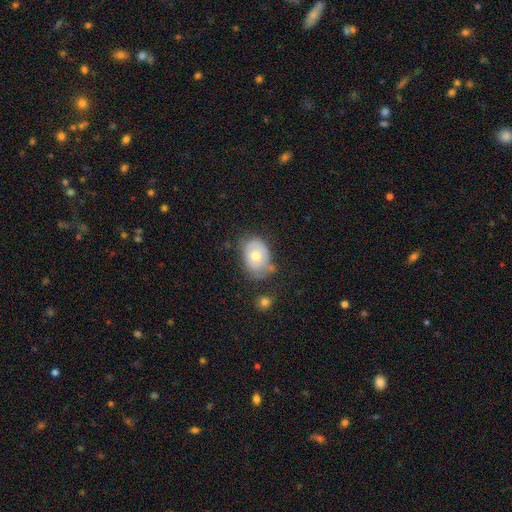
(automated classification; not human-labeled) Smooth or featured? smooth (58%)
How rounded? in between (71%)
Merging? none (59%)